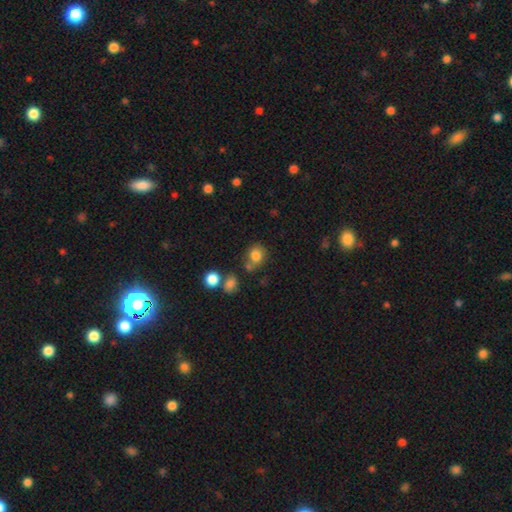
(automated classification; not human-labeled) Q: Smooth or featured?
A: smooth (81%); runner-up: star or artifact (11%)
Q: How rounded?
A: round (72%); runner-up: in between (27%)
Q: Merging?
A: none (60%); runner-up: merger (18%)